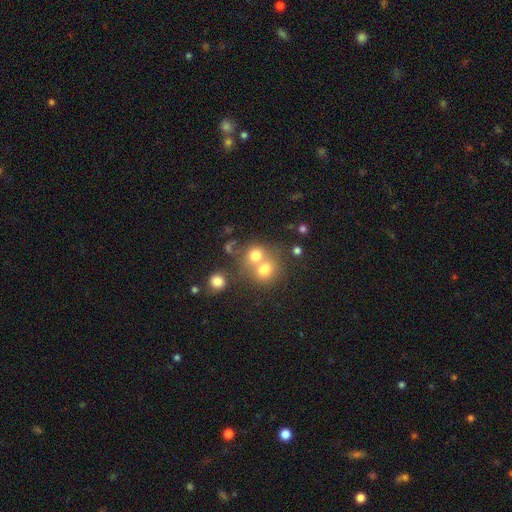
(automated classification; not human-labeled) Smooth or featured?
  - smooth: 71% *
  - featured or disk: 15%
  - star or artifact: 14%
How rounded?
  - round: 77% *
  - in between: 22%
  - cigar-shaped: 1%
Merging?
  - merger: 54% *
  - none: 35%
  - minor disturbance: 7%
  - major disturbance: 4%